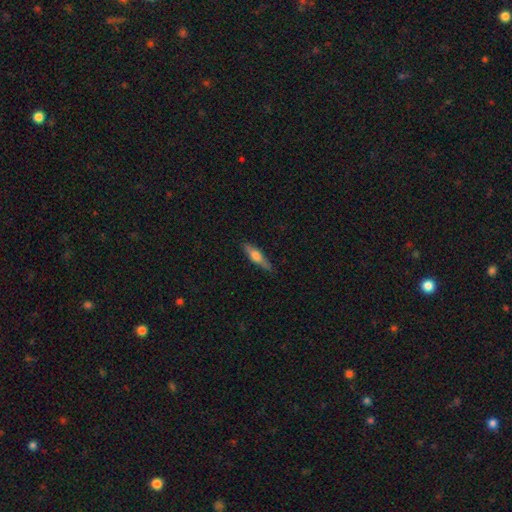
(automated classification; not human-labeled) Smooth or featured?
  - featured or disk: 48% *
  - smooth: 46%
  - star or artifact: 6%
Merging?
  - none: 84% *
  - minor disturbance: 12%
  - major disturbance: 2%
  - merger: 1%